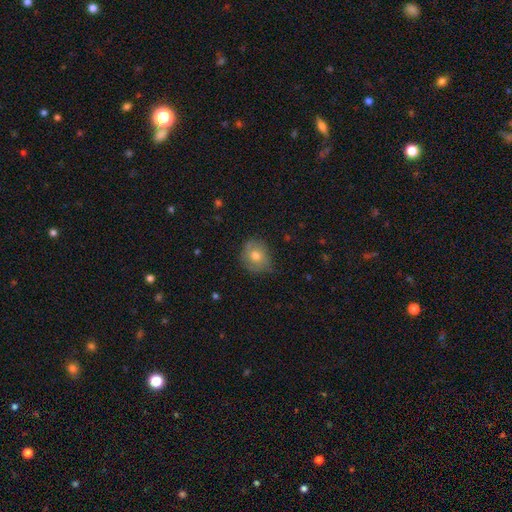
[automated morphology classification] type=smooth (70%); roundness=round (72%); merging=none (65%).